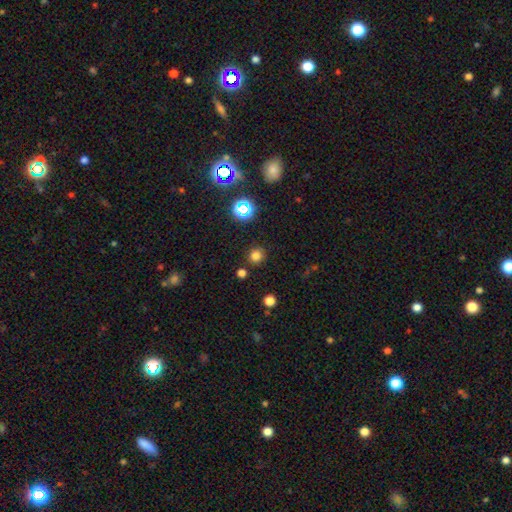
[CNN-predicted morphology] Smooth or featured? smooth (75%)
How rounded? round (91%)
Merging? none (87%)